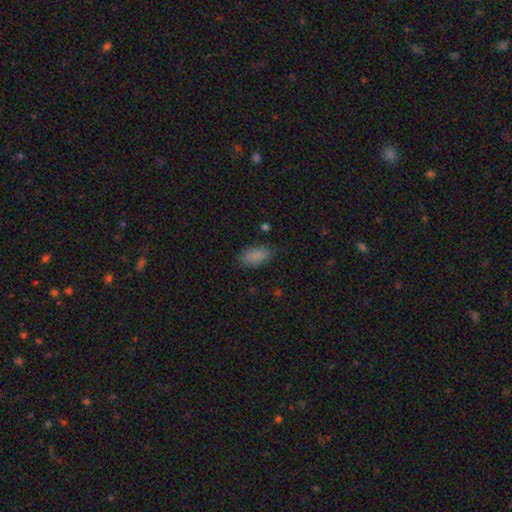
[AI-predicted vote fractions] Smooth or featured: smooth — 86% (star or artifact — 9%)
How rounded: in between — 91% (cigar-shaped — 6%)
Merging: none — 80% (minor disturbance — 15%)